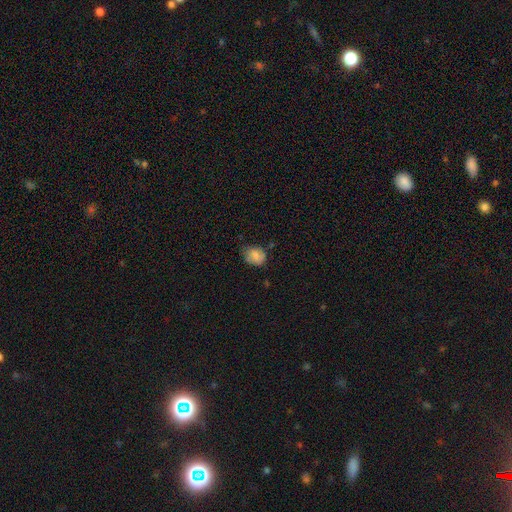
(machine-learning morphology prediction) Smooth or featured: smooth — 72% (featured or disk — 19%)
How rounded: round — 52% (in between — 47%)
Merging: none — 56% (minor disturbance — 32%)